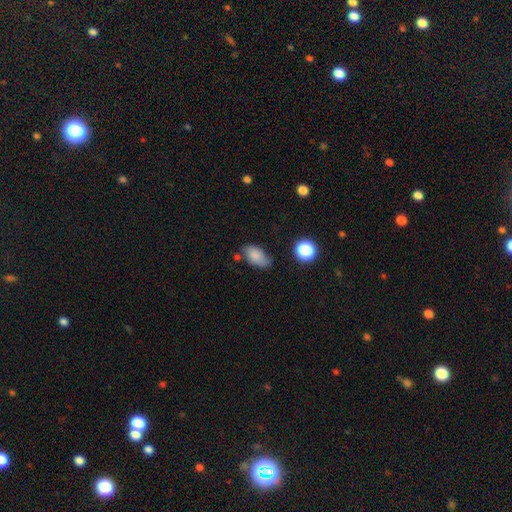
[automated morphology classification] Smooth or featured? Predicted: smooth (p=0.82). How rounded? Predicted: in between (p=0.90). Merging? Predicted: none (p=0.61).